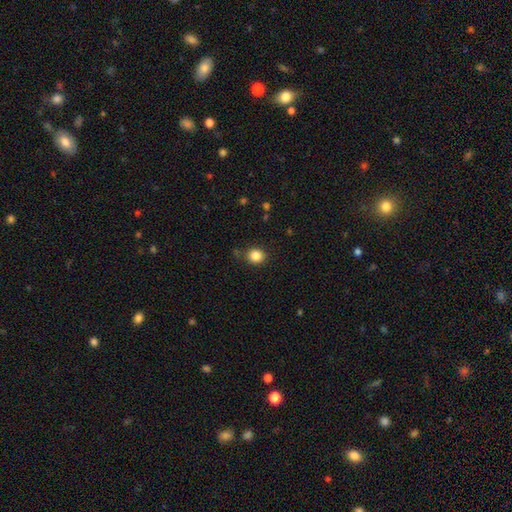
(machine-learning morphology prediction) smooth 85%, star or artifact 11%, featured or disk 5%. Down the decision tree: how rounded — round (80%); merging — none (85%).